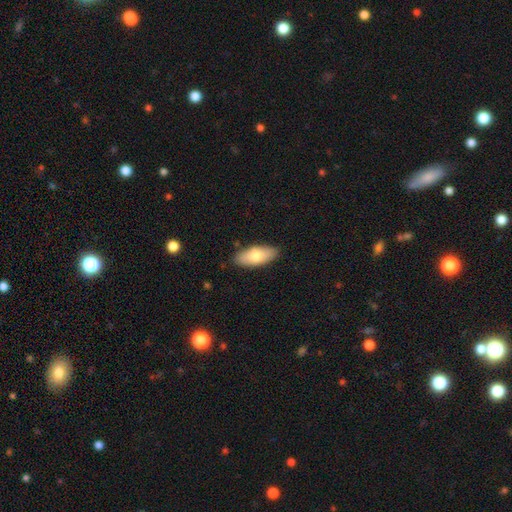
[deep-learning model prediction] Smooth or featured? smooth (75%)
How rounded? in between (84%)
Merging? none (86%)